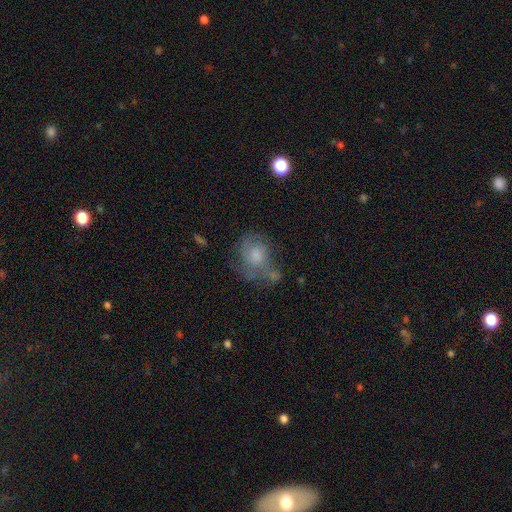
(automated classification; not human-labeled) This is possibly a featured or disk galaxy (48%). Merging: marginally none (41%).